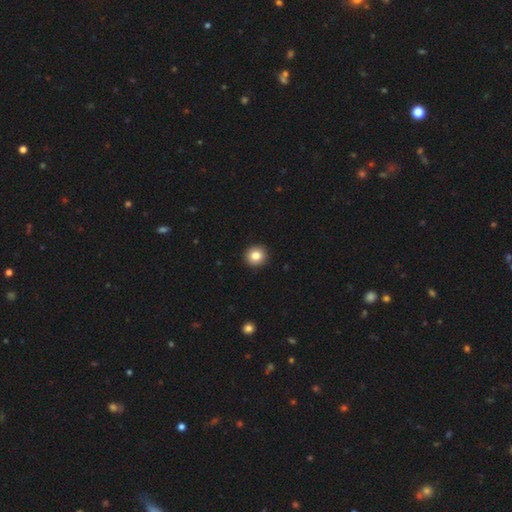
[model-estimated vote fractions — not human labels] Overall: smooth (83%). How rounded: round (91%). Merging: none (93%).